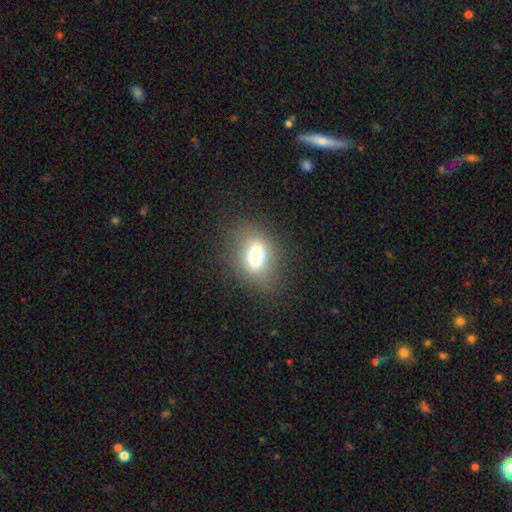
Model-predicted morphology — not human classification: type=smooth (66%); roundness=in between (67%); merging=none (77%).